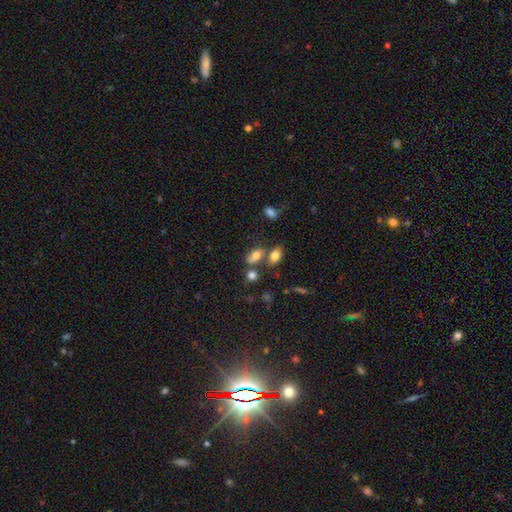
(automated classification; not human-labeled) This appears to be a smooth galaxy with no disk features (76%) that is in between round and cigar-shaped (84%). Merging: none (53%).